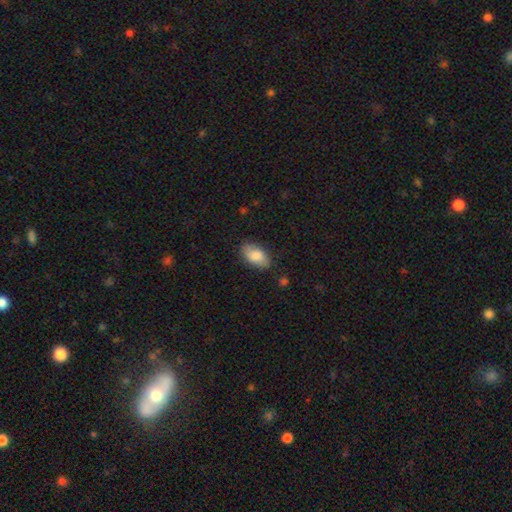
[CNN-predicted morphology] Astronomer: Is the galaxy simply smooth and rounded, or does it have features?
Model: smooth — 83%.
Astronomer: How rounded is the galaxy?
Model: in between — 94%.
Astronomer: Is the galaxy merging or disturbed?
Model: none — 82%.